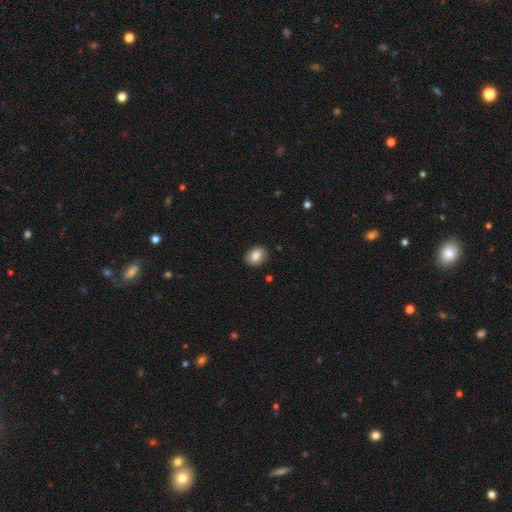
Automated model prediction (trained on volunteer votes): Overall: smooth (84%). How rounded: in between (65%; round 34%). Merging: none (88%).